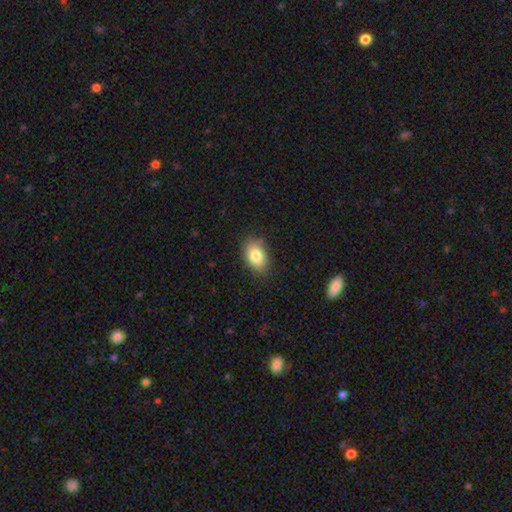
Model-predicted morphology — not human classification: A smooth galaxy with no disk features (83%) that is in between round and cigar-shaped (84%).

Vote fractions:
- Smooth or featured? smooth: 83% / featured or disk: 9% / star or artifact: 8%
- How rounded? in between: 84% / round: 15% / cigar-shaped: 1%
- Merging? none: 80% / minor disturbance: 16% / major disturbance: 3% / merger: 1%